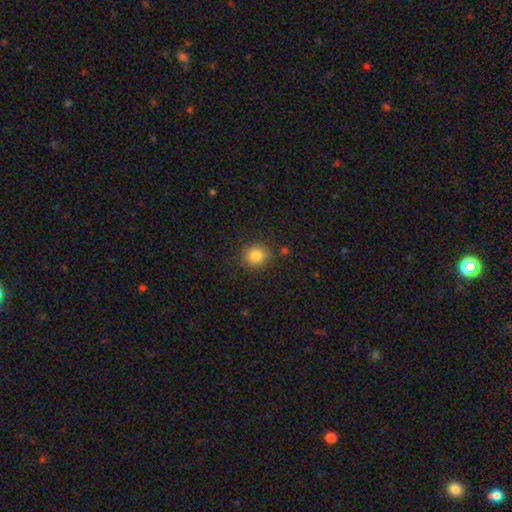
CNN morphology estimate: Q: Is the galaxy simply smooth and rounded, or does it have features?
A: smooth — 83%.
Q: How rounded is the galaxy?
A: round — 90%.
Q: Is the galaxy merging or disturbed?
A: none — 87%.